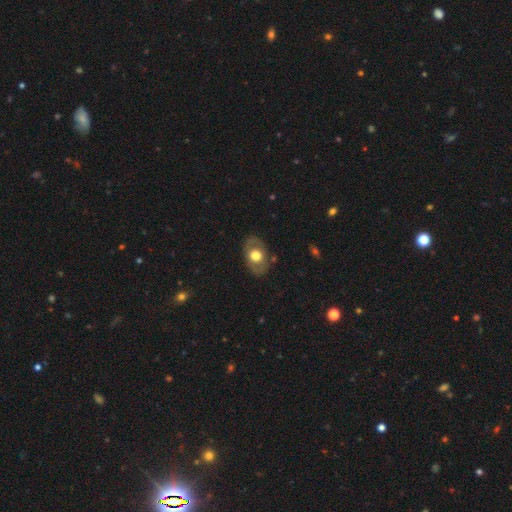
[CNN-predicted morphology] Smooth or featured: smooth — 52% (featured or disk — 42%)
How rounded: in between — 75% (round — 24%)
Merging: none — 81% (minor disturbance — 13%)